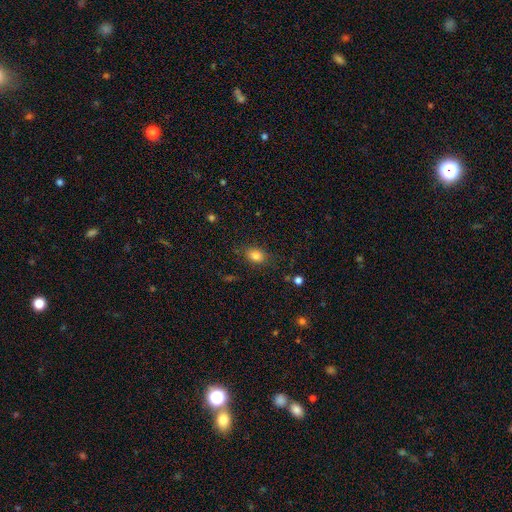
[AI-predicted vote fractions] Smooth or featured: smooth — 82% (star or artifact — 11%)
How rounded: in between — 67% (round — 31%)
Merging: none — 79% (minor disturbance — 14%)